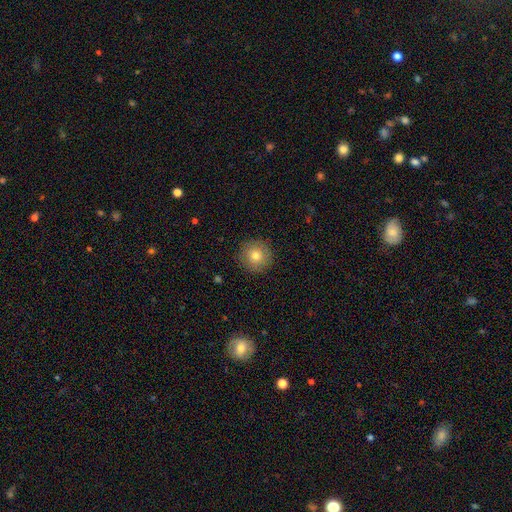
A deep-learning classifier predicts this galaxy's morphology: Q: Smooth or featured?
A: smooth (79%); runner-up: featured or disk (11%)
Q: How rounded?
A: round (95%); runner-up: in between (4%)
Q: Merging?
A: none (90%); runner-up: minor disturbance (7%)